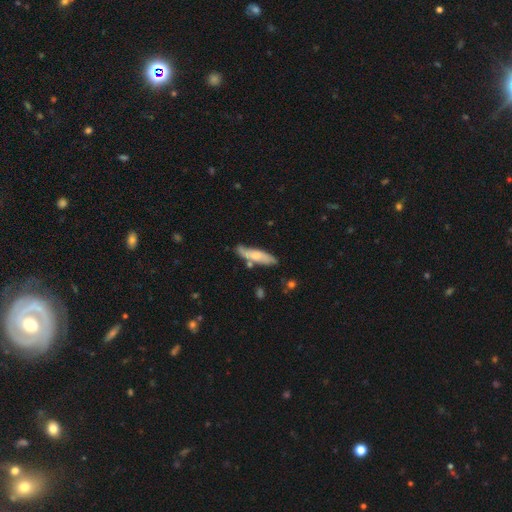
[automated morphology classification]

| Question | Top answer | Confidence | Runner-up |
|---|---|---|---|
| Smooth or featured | smooth | 62% | featured or disk (33%) |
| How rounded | cigar-shaped | 67% | in between (31%) |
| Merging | none | 71% | minor disturbance (19%) |